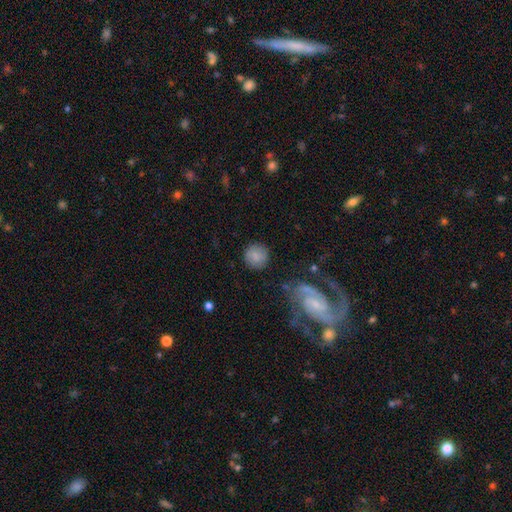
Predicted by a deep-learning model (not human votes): Smooth or featured: smooth — 79% (featured or disk — 13%)
How rounded: round — 92% (in between — 7%)
Merging: none — 84% (minor disturbance — 10%)